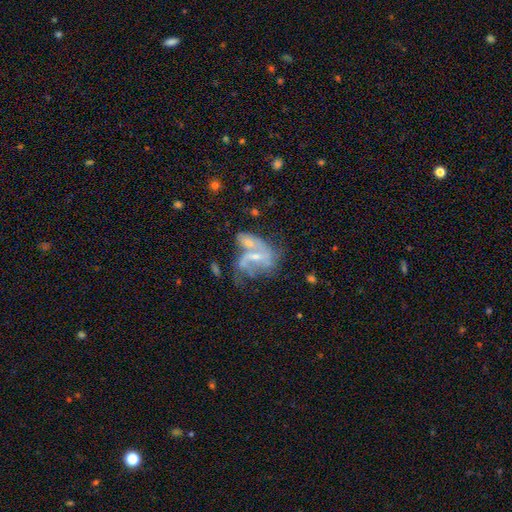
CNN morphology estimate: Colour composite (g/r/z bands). It shows a featured or disk galaxy (69%) with no bar (42%), spiral arms (66%) and a small central bulge (50%). Merging: merger (47%).